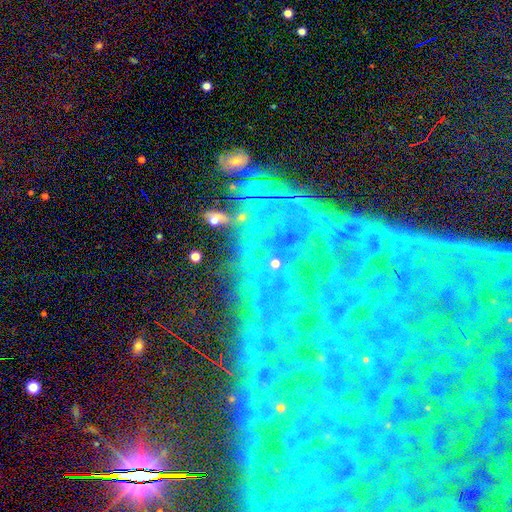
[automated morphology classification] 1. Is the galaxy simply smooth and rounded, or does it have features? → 81% star or artifact, 11% featured or disk, 8% smooth.